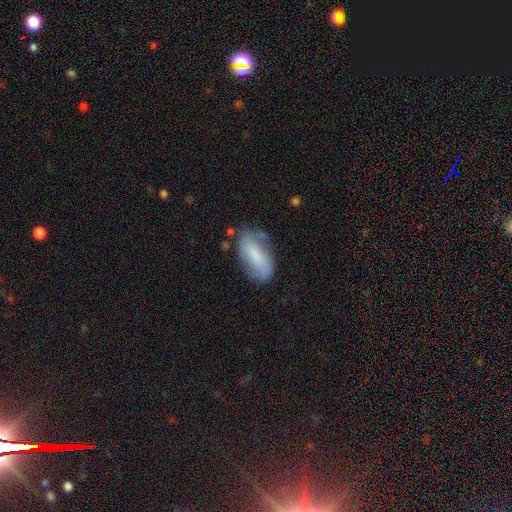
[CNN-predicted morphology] A smooth galaxy with no disk features (58%) that is in between round and cigar-shaped (89%). Merging: none (65%).